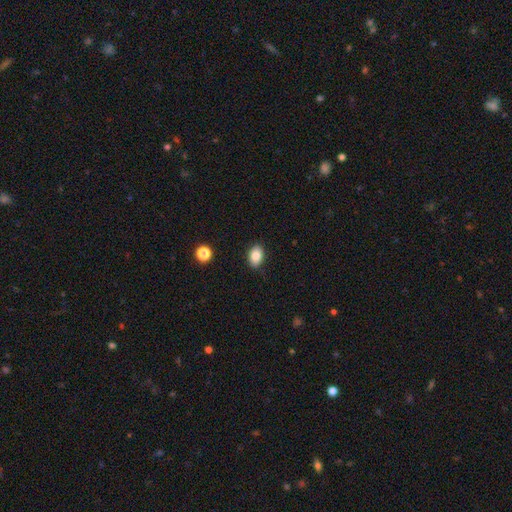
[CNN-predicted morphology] Overall: smooth (85%). How rounded: in between (85%). Merging: none (86%).